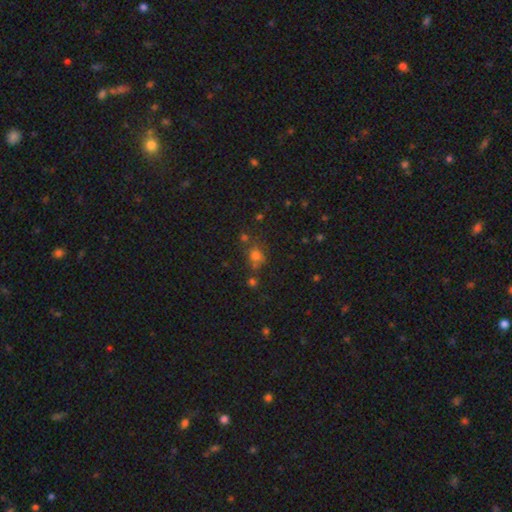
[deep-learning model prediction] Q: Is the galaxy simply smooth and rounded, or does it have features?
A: smooth — 68%.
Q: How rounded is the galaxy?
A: round — 74%.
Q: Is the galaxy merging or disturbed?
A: none — 56%.